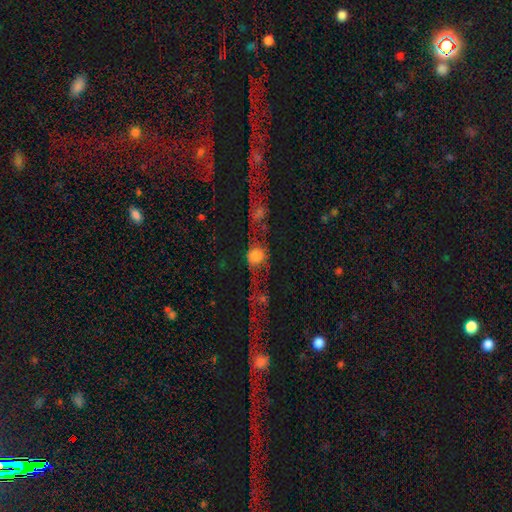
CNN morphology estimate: This appears to be a smooth galaxy with no disk features (44%). Merging: none (39%).